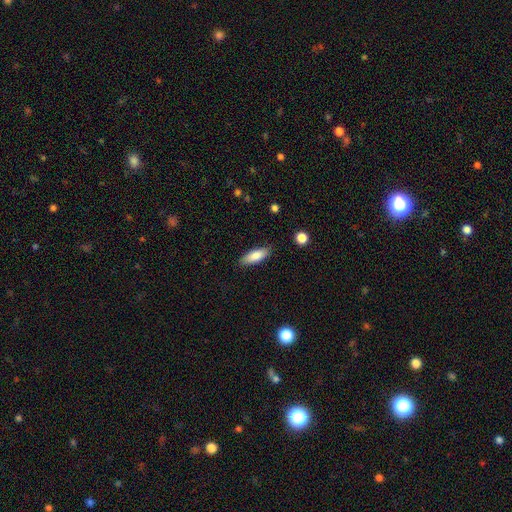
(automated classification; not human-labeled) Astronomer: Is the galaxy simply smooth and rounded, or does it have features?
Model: smooth — 82%.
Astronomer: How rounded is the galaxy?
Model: in between — 64%.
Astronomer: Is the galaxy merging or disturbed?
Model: none — 85%.